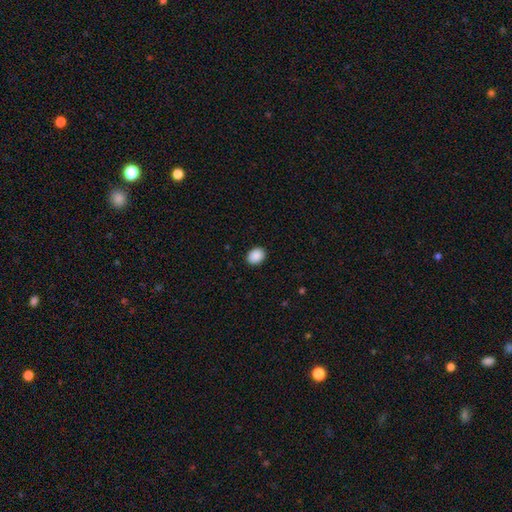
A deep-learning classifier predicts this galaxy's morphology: This is clearly a smooth galaxy (90%). How rounded: possibly in between (57%). Merging: clearly none (90%).